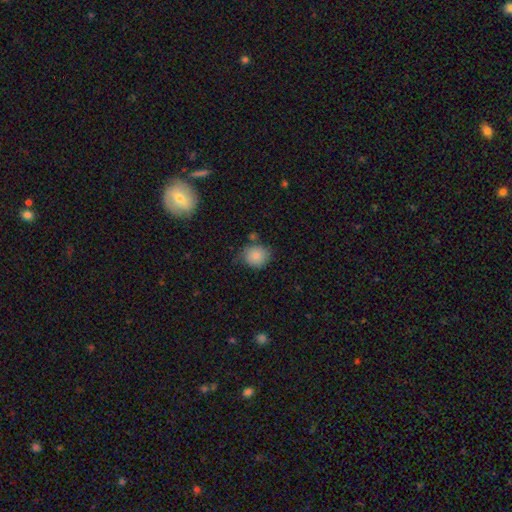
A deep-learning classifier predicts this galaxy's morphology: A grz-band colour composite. It shows a smooth galaxy with no disk features (84%) that is round (77%). Merging: none (69%).